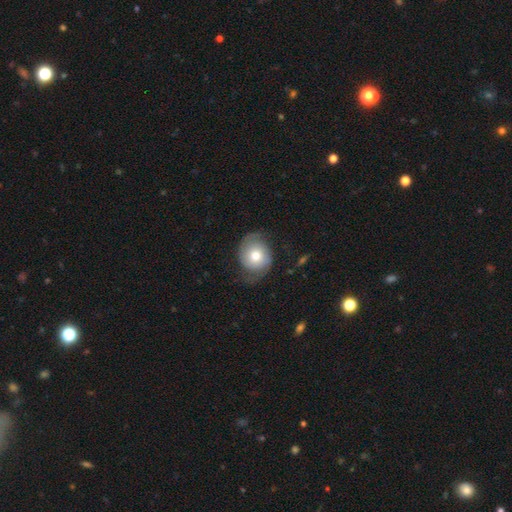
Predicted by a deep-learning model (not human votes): Morphology: type=featured or disk (54%); edge-on=no (97%); bar=no (80%); spiral arms=yes (84%); bulge=moderate (66%); merging=none (62%).